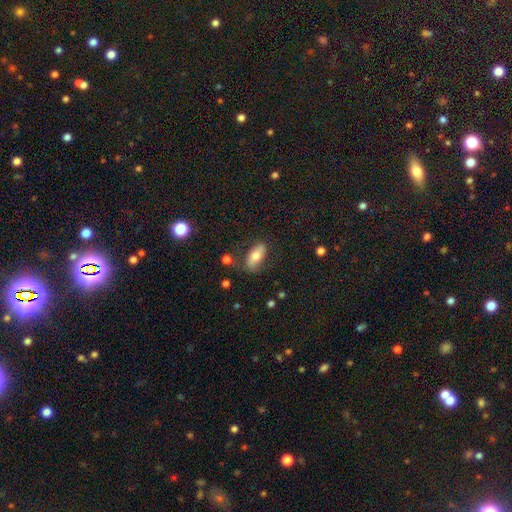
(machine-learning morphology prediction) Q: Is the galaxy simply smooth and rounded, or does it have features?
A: smooth — 69%.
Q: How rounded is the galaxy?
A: in between — 87%.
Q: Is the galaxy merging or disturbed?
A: none — 68%.